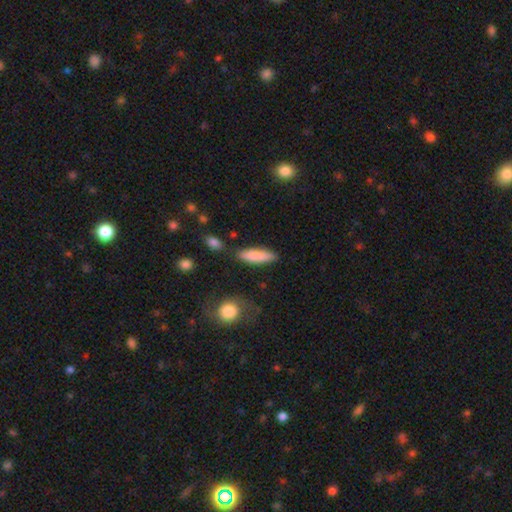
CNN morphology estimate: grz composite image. It shows a smooth galaxy with no disk features (84%) that is cigar-shaped (64%). Merging: none (80%).